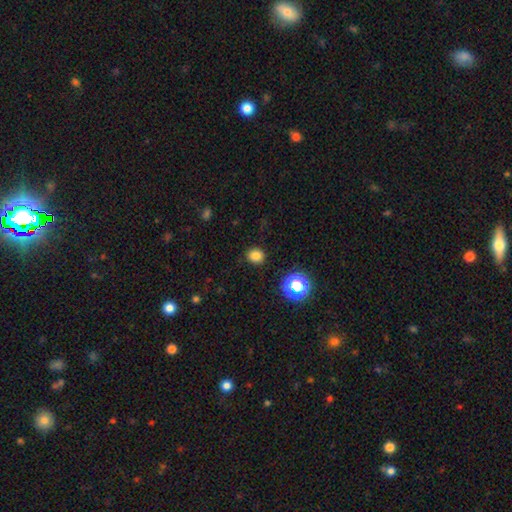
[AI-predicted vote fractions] This appears to be a smooth galaxy with no disk features (79%) that is round (79%). Merging: none (88%).